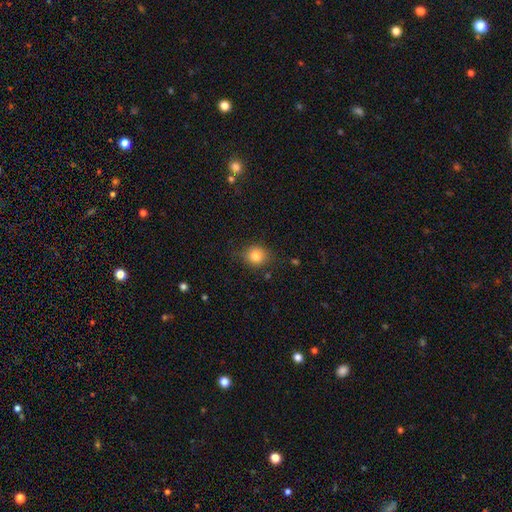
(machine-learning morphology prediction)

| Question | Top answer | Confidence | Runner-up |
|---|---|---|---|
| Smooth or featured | smooth | 82% | star or artifact (11%) |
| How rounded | round | 81% | in between (18%) |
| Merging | none | 81% | minor disturbance (14%) |